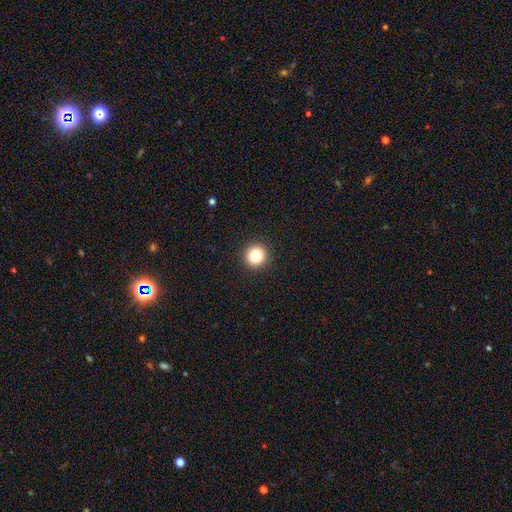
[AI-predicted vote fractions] Morphology: type=smooth (83%); roundness=round (95%); merging=none (93%).